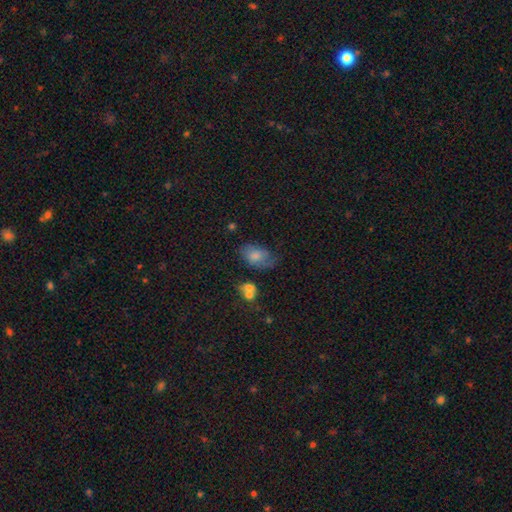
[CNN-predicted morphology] type=smooth (73%); roundness=in between (89%); merging=none (47%).